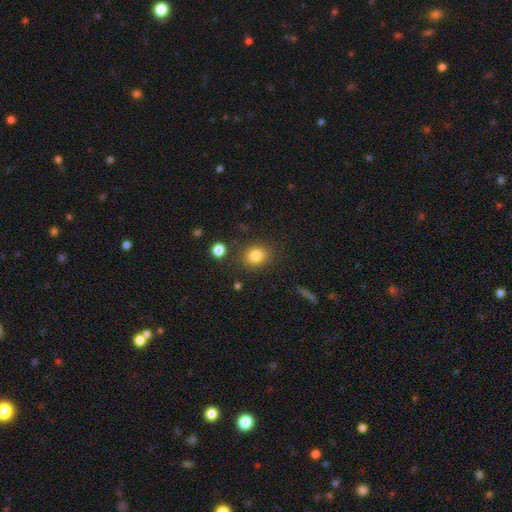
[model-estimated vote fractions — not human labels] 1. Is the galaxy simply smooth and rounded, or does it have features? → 83% smooth, 11% star or artifact, 6% featured or disk.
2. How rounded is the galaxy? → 67% round, 32% in between, 1% cigar-shaped.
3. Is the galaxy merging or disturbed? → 84% none, 9% minor disturbance, 4% merger, 3% major disturbance.